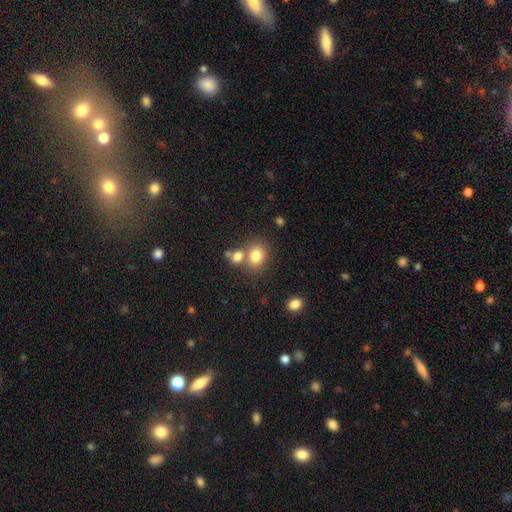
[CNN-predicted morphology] A smooth galaxy with no disk features (80%) that is round (55%). Merging: none (53%).